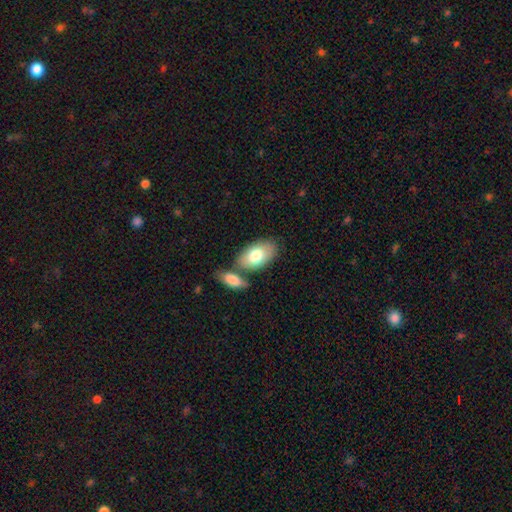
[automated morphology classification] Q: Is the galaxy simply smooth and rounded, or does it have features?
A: smooth — 77%.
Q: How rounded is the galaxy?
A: in between — 94%.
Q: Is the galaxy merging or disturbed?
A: none — 58%.